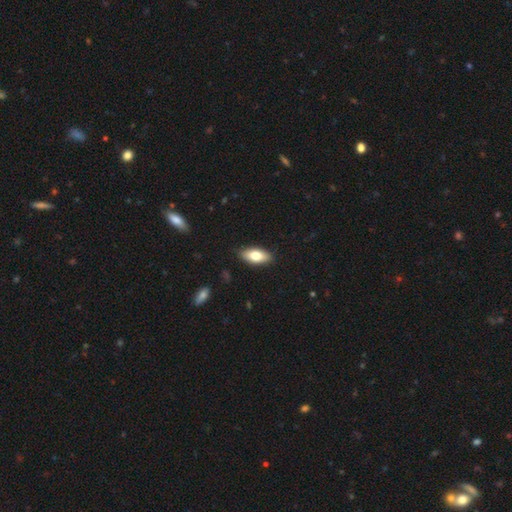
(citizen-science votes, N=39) This is likely a smooth galaxy (79%). How rounded: clearly in between (90%). Merging: clearly none (86%).